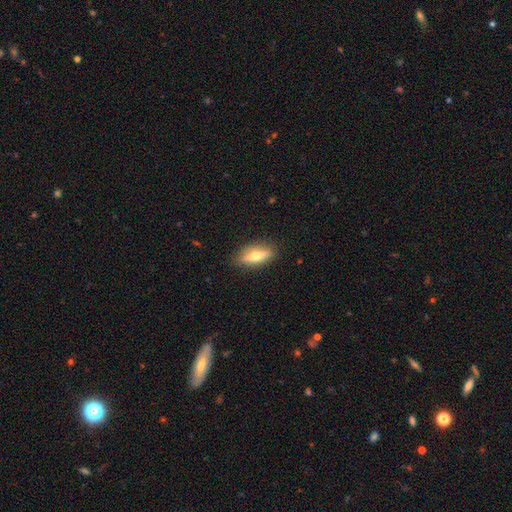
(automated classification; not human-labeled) smooth-or-featured: smooth: 55% | featured or disk: 38% | star or artifact: 7%
  how-rounded: in between: 62% | cigar-shaped: 34% | round: 3%
  merging: none: 86% | minor disturbance: 11% | major disturbance: 2% | merger: 1%